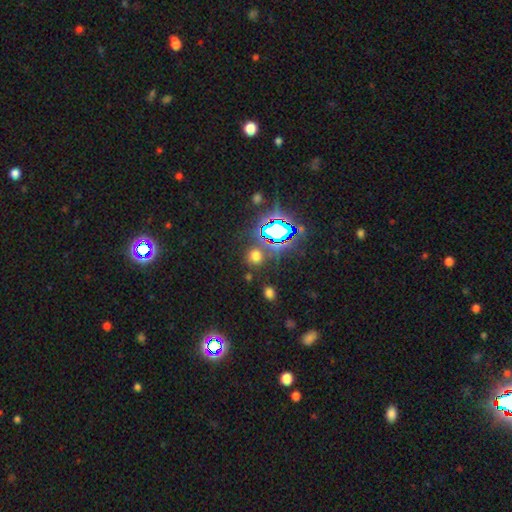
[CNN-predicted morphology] smooth 54%, star or artifact 39%, featured or disk 7%. Down the decision tree: how rounded — round (82%); merging — none (80%).